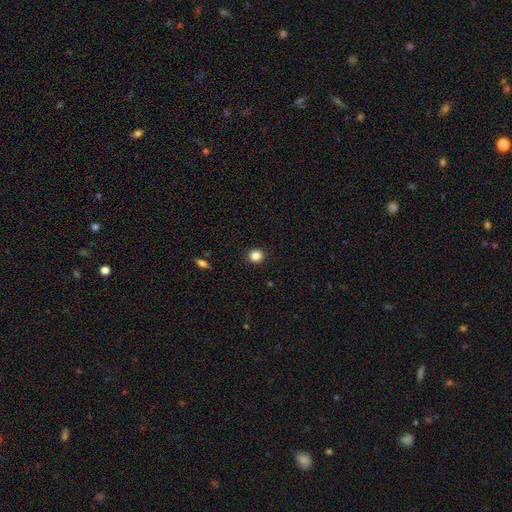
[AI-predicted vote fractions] Q: Smooth or featured?
A: smooth (84%); runner-up: star or artifact (11%)
Q: How rounded?
A: round (87%); runner-up: in between (13%)
Q: Merging?
A: none (92%); runner-up: minor disturbance (5%)